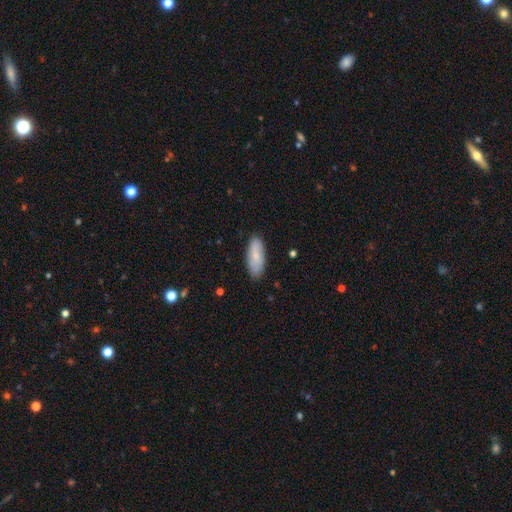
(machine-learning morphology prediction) smooth 75%, featured or disk 19%, star or artifact 6%. Down the decision tree: how rounded — in between (78%); merging — none (84%).